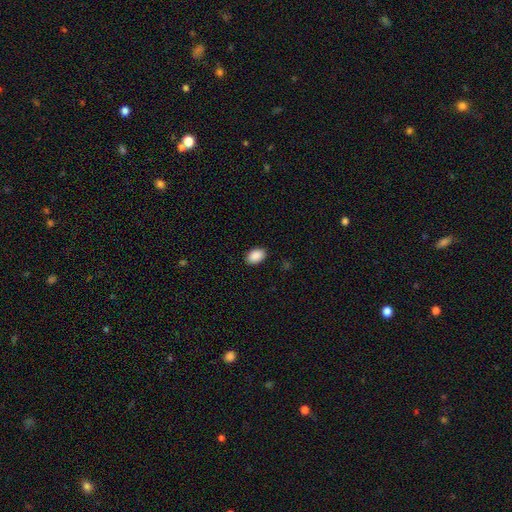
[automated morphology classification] Smooth or featured? smooth (90%)
How rounded? in between (89%)
Merging? none (89%)